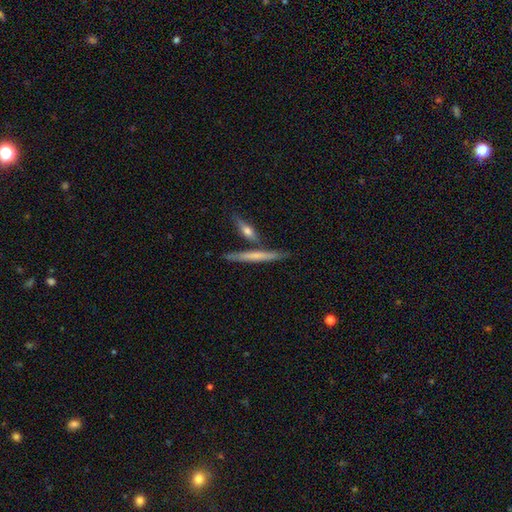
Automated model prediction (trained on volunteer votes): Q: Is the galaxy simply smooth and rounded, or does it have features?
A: smooth — 50%.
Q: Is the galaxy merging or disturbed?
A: none — 74%.